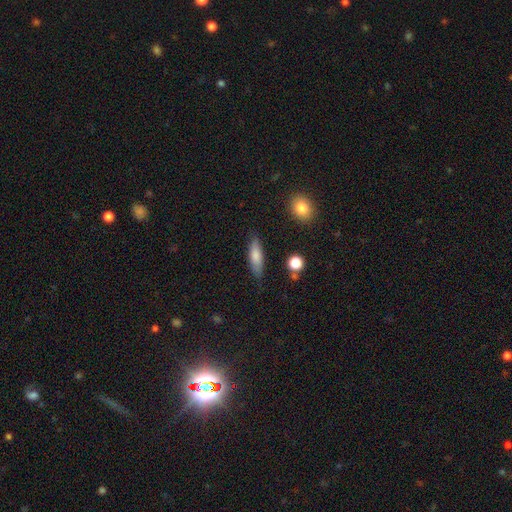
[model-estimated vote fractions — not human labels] Morphology: type=smooth (76%); roundness=in between (50%); merging=none (81%).